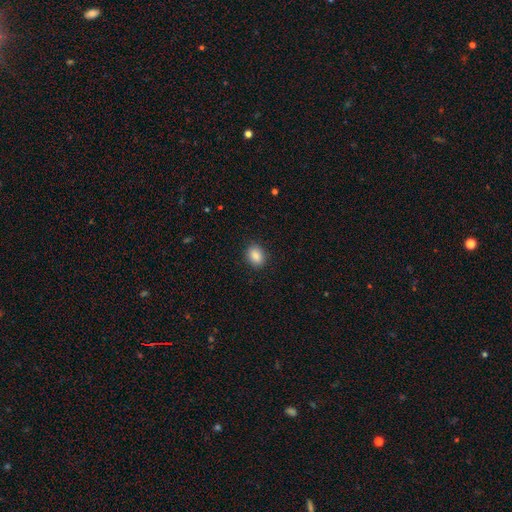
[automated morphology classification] type=smooth (87%); roundness=in between (63%); merging=none (89%).